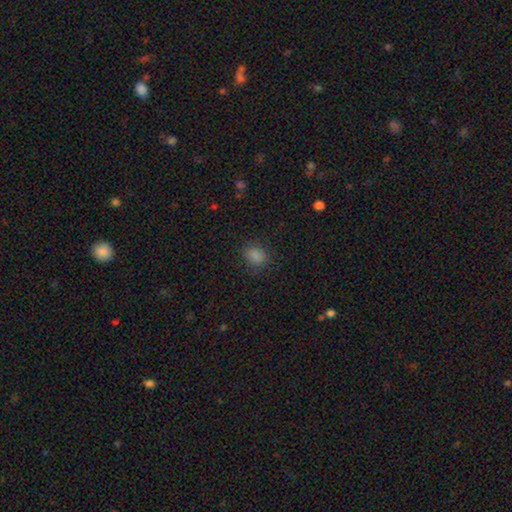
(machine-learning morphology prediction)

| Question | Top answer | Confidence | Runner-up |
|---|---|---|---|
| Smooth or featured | smooth | 83% | star or artifact (13%) |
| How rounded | round | 58% | in between (41%) |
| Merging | none | 83% | minor disturbance (12%) |